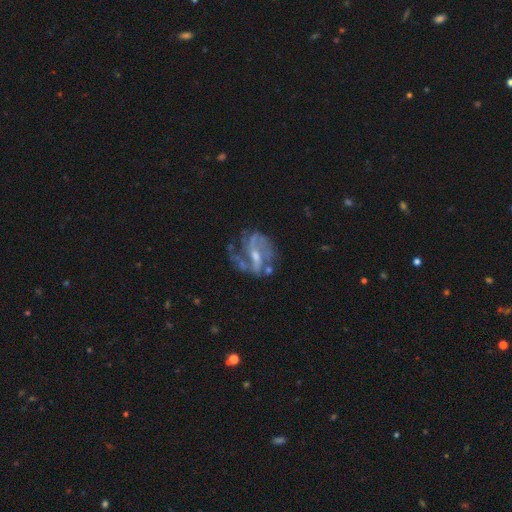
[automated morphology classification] Smooth or featured: featured or disk — 83% (smooth — 9%)
Edge-on disk: no — 97% (yes — 3%)
Bar: weak — 46% (no — 28%)
Spiral arms: yes — 88% (no — 12%)
Spiral winding: medium — 44% (loose — 39%)
Spiral arm count: 2 — 57% (can't tell — 16%)
Bulge size: small — 47% (moderate — 44%)
Merging: none — 51% (major disturbance — 23%)